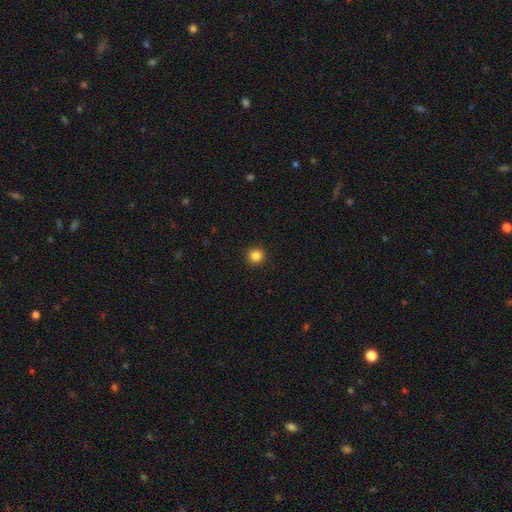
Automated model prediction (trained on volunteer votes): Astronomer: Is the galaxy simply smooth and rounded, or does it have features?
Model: smooth — 85%.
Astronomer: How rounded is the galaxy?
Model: round — 95%.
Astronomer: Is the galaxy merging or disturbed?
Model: none — 93%.